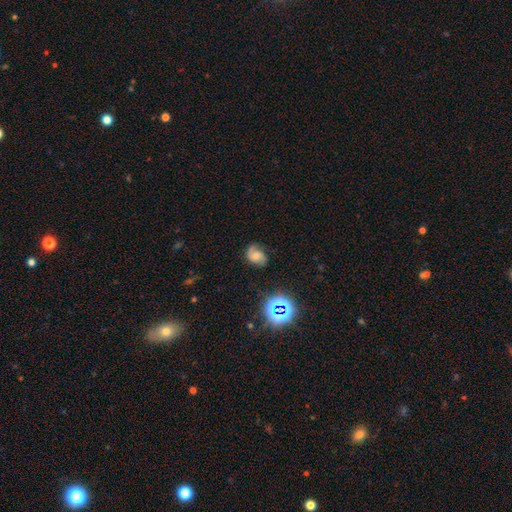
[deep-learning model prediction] smooth_or_featured: featured or disk (p=0.53) [alt: smooth p=0.32]
disk_edge_on: no (p=0.97) [alt: yes p=0.03]
bar: no (p=0.59) [alt: weak p=0.33]
has_spiral_arms: yes (p=0.91) [alt: no p=0.09]
bulge_size: moderate (p=0.32) [alt: small p=0.27]
merging: none (p=0.68) [alt: minor disturbance p=0.22]